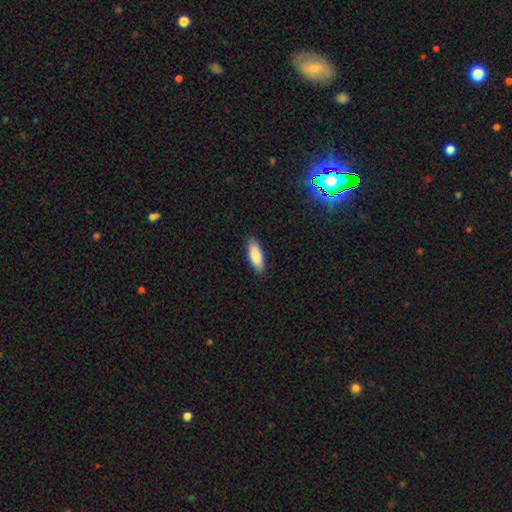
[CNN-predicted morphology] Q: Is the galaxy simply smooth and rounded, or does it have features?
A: smooth — 87%.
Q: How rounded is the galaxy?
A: in between — 64%.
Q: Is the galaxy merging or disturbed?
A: none — 88%.